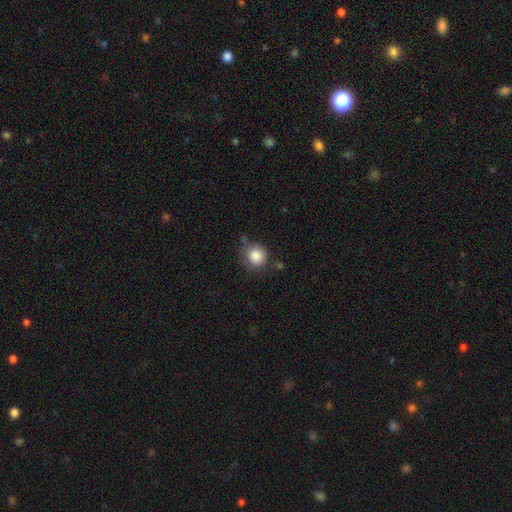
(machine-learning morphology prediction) The model was most divided on "merging": none: 66%, minor disturbance: 22%, major disturbance: 7%, merger: 5%. More confident: how rounded — round (88%); smooth or featured — smooth (86%).